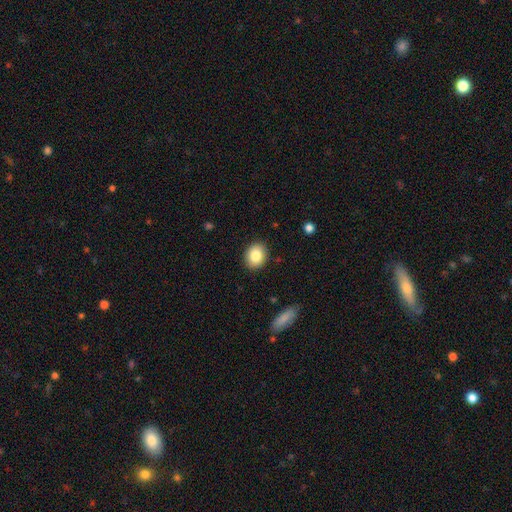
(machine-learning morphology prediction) Smooth or featured: smooth — 84% (featured or disk — 8%)
How rounded: round — 51% (in between — 48%)
Merging: none — 89% (minor disturbance — 8%)